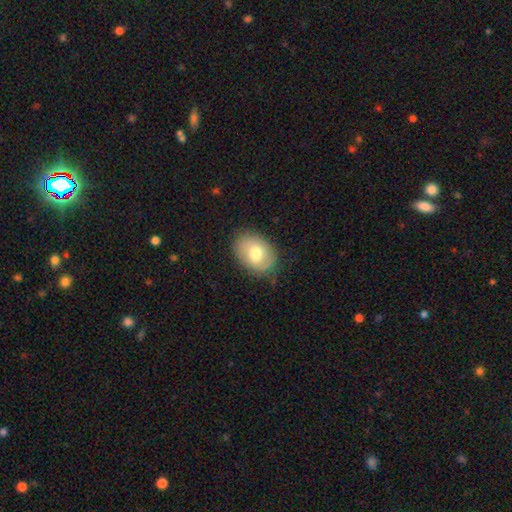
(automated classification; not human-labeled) smooth_or_featured: smooth (p=0.70) [alt: featured or disk p=0.23]
how_rounded: in between (p=0.77) [alt: round p=0.22]
merging: none (p=0.79) [alt: minor disturbance p=0.16]